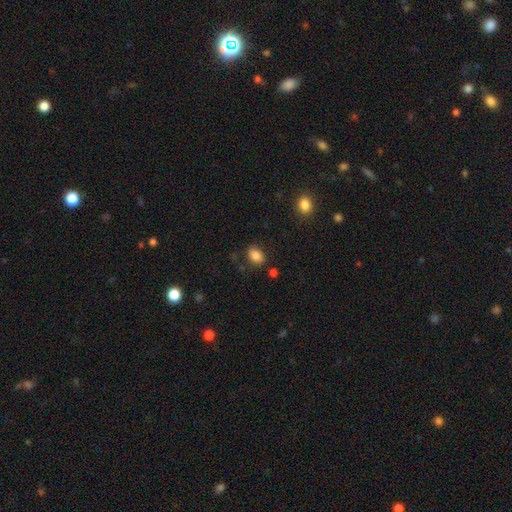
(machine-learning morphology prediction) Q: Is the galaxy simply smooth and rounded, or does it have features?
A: smooth — 85%.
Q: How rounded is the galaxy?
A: in between — 75%.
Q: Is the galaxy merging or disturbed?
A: none — 79%.